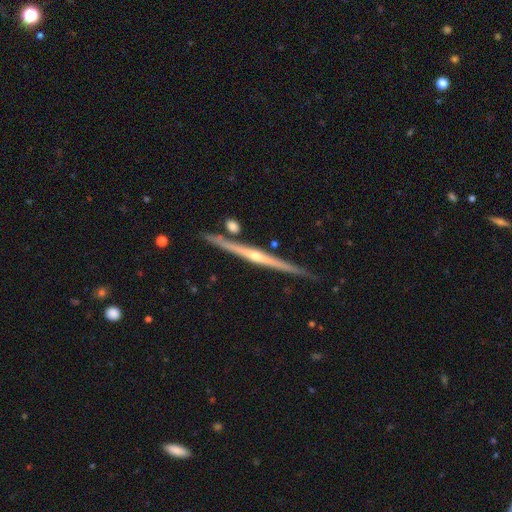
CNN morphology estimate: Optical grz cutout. It shows a featured or disk galaxy (85%) viewed edge-on (98%) with a rounded central bulge (77%). Merging: none (87%).